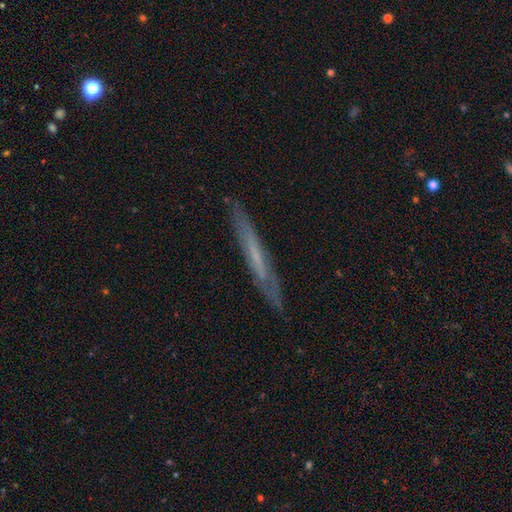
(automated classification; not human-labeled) This appears to be a featured or disk galaxy (57%) viewed edge-on (85%). Merging: none (84%).